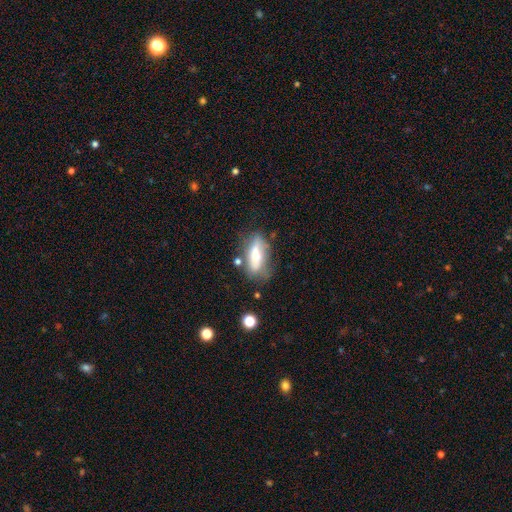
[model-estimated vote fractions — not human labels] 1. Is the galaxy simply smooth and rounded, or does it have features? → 64% smooth, 27% featured or disk, 8% star or artifact.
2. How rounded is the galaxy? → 73% in between, 24% cigar-shaped, 3% round.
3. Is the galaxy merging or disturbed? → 51% none, 27% minor disturbance, 13% major disturbance, 9% merger.